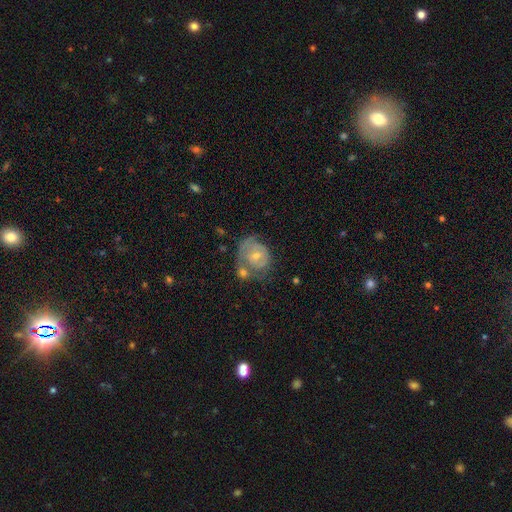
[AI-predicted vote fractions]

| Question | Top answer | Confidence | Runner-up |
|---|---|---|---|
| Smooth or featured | featured or disk | 58% | smooth (36%) |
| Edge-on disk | no | 97% | yes (3%) |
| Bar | no | 69% | weak (26%) |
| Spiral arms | yes | 63% | no (37%) |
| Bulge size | moderate | 48% | small (47%) |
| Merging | none | 34% | merger (27%) |